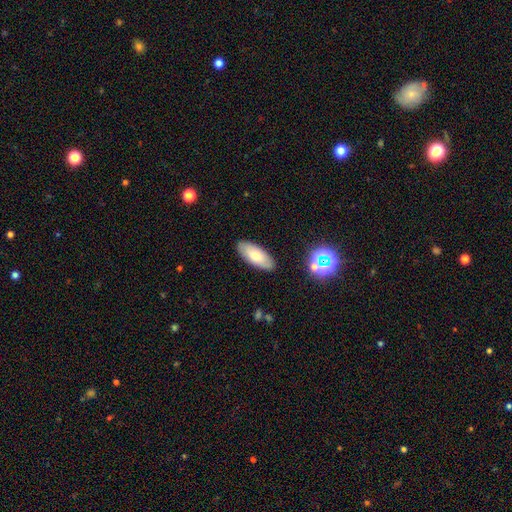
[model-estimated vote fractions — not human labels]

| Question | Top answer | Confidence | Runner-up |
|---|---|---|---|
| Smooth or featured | smooth | 74% | featured or disk (19%) |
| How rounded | in between | 83% | cigar-shaped (15%) |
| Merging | none | 87% | minor disturbance (9%) |